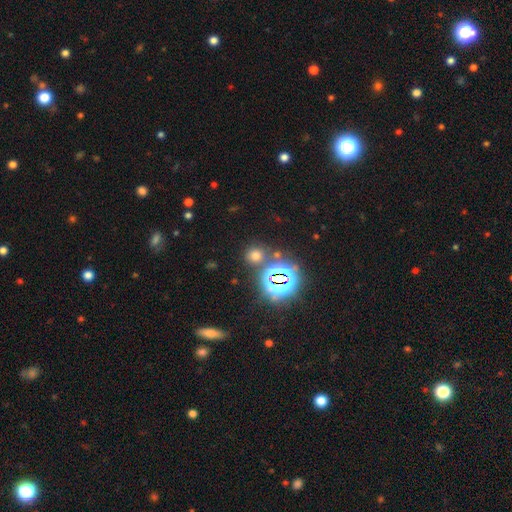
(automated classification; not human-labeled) smooth_or_featured: smooth (p=0.55) [alt: star or artifact p=0.38]
how_rounded: round (p=0.81) [alt: in between p=0.18]
merging: none (p=0.75) [alt: merger p=0.10]